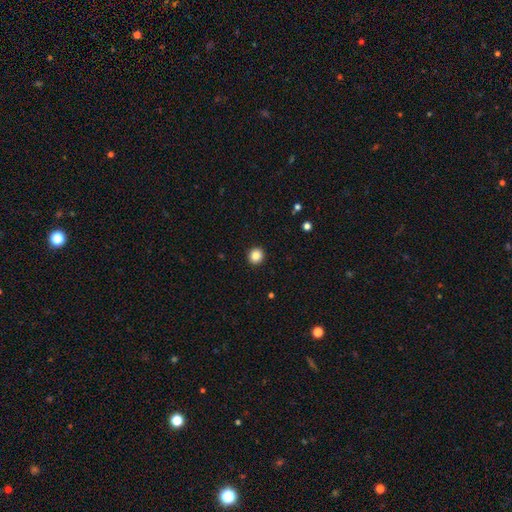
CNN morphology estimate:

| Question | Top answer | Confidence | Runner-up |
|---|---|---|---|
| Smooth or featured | smooth | 86% | star or artifact (10%) |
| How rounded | round | 89% | in between (10%) |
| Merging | none | 93% | minor disturbance (4%) |